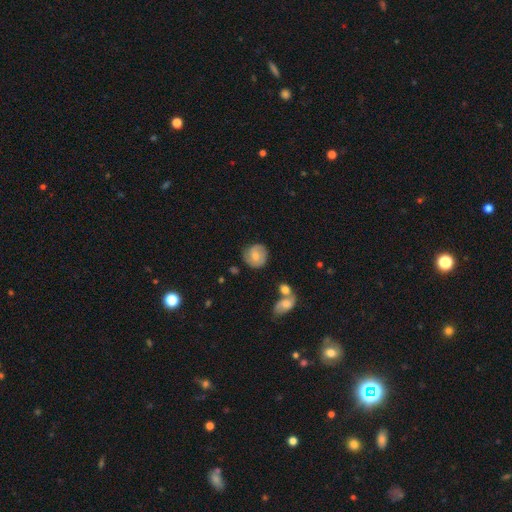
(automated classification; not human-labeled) This appears to be a smooth galaxy with no disk features (59%) that is round (86%). Merging: none (75%).